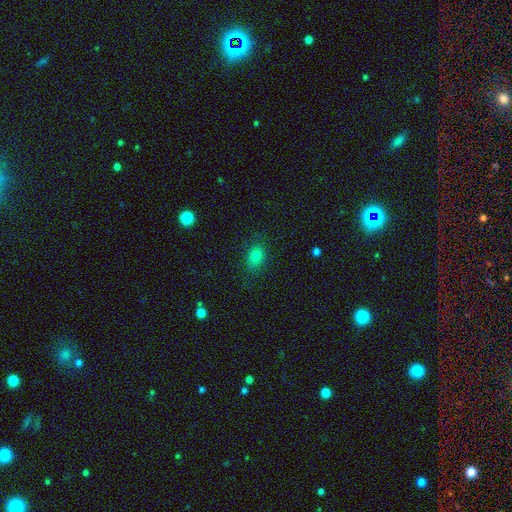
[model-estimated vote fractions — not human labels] Smooth or featured? smooth (80%)
How rounded? in between (74%)
Merging? none (80%)